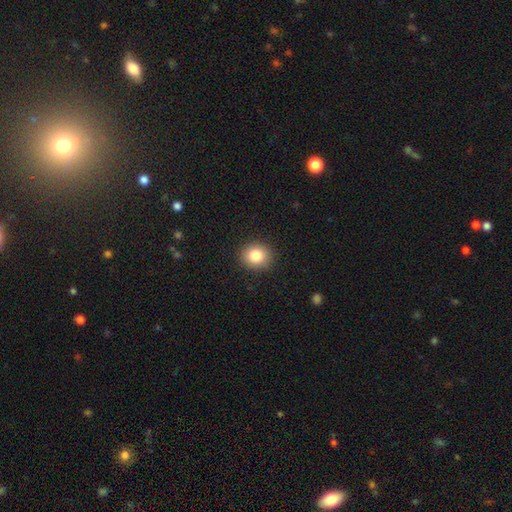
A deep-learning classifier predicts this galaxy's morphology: This appears to be a smooth galaxy with no disk features (83%) that is round (76%). Merging: none (90%).